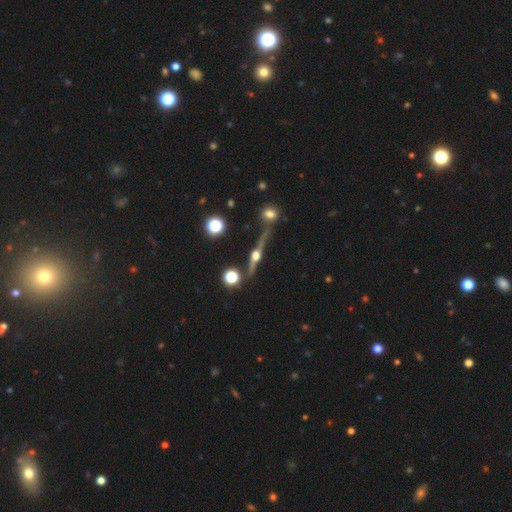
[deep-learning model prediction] This appears to be a featured or disk galaxy (82%) viewed edge-on (95%) with a rounded central bulge (95%). Merging: none (74%).